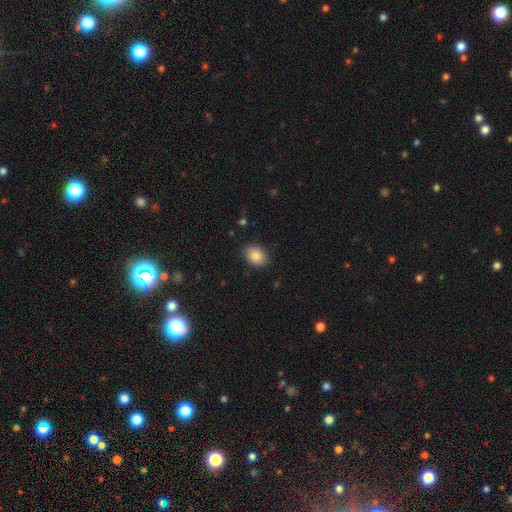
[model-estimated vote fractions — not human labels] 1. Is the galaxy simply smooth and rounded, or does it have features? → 85% smooth, 8% star or artifact, 7% featured or disk.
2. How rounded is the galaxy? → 71% in between, 28% round, 1% cigar-shaped.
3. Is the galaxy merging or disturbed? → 89% none, 8% minor disturbance, 2% major disturbance, 1% merger.